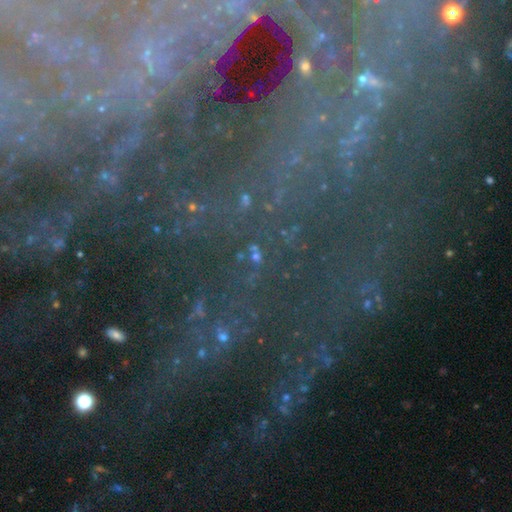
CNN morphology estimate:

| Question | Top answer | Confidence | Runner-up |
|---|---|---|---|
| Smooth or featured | star or artifact | 72% | featured or disk (15%) |